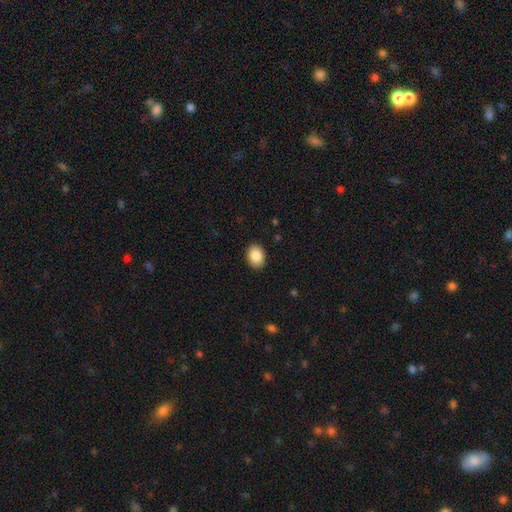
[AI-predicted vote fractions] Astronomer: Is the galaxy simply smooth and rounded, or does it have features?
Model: smooth — 87%.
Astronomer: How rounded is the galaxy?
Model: in between — 70%.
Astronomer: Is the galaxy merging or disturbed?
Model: none — 90%.